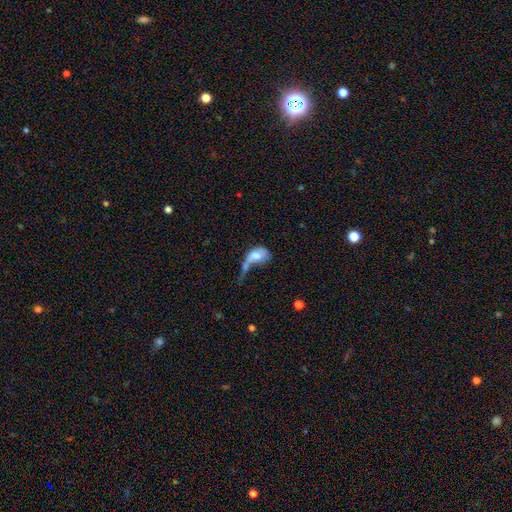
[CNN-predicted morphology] smooth-or-featured: smooth: 53% | featured or disk: 38% | star or artifact: 8%
  how-rounded: in between: 79% | round: 17% | cigar-shaped: 4%
  merging: major disturbance: 45% | merger: 29% | none: 13% | minor disturbance: 13%